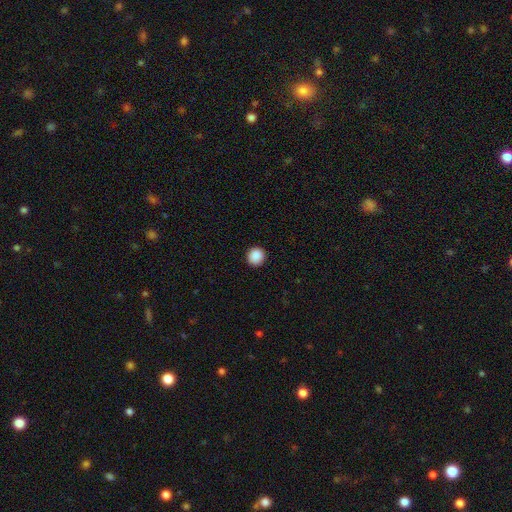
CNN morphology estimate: smooth_or_featured: smooth (p=0.89) [alt: star or artifact p=0.09]
how_rounded: round (p=0.94) [alt: in between p=0.05]
merging: none (p=0.92) [alt: minor disturbance p=0.05]